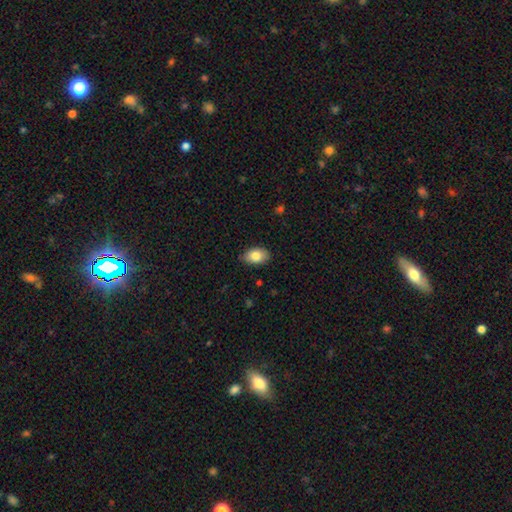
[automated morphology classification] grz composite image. It shows a smooth galaxy with no disk features (82%) that is in between round and cigar-shaped (89%). Merging: none (84%).